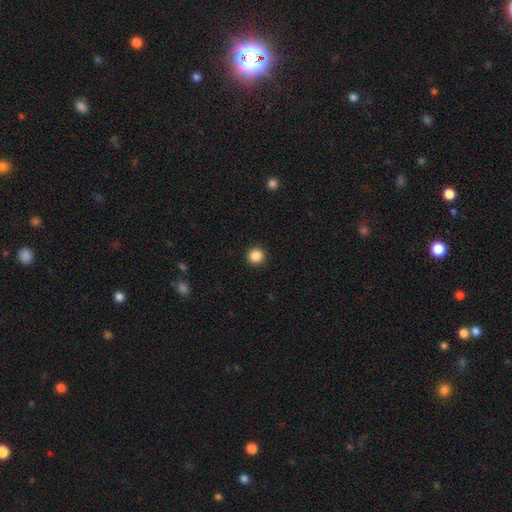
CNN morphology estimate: type=smooth (87%); roundness=round (95%); merging=none (92%).